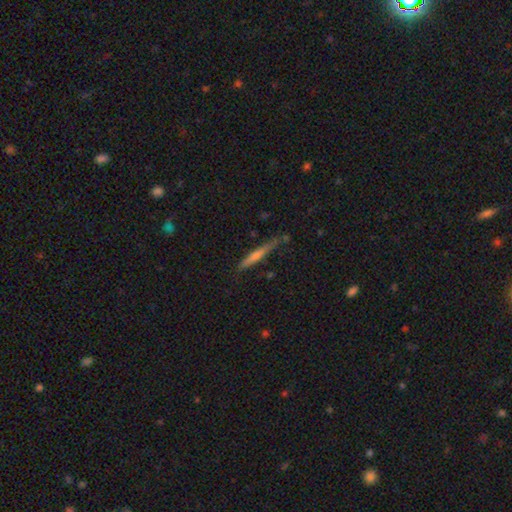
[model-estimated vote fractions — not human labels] A smooth galaxy with no disk features (47%). Merging: none (76%).